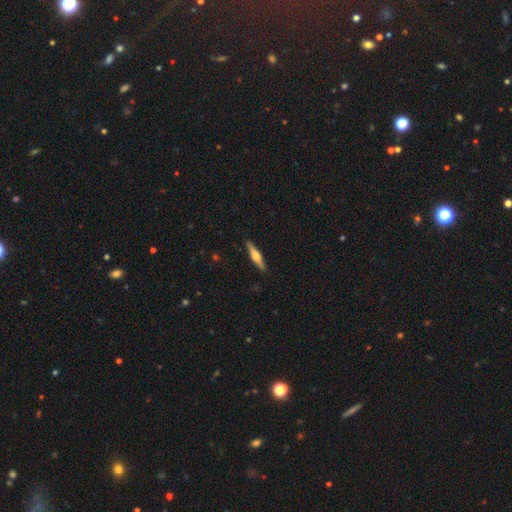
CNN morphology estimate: Overall: featured or disk (62%; smooth 33%). Edge-on disk: yes (97%). Edge-on bulge: rounded (92%). Merging: none (91%).